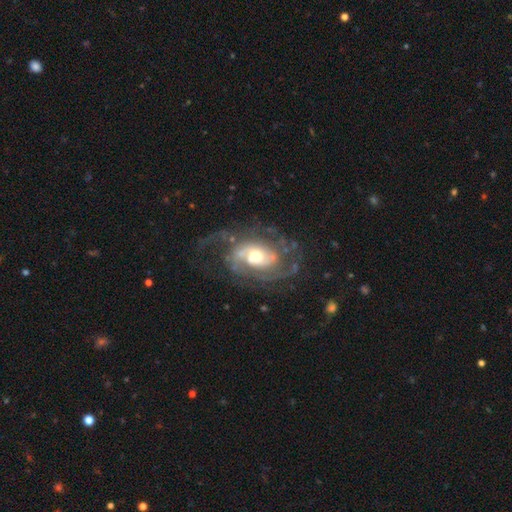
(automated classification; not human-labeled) featured or disk 86%, smooth 8%, star or artifact 6%. Down the decision tree: edge-on disk — no (97%); bar — no (67%); spiral arms — yes (93%); spiral arm count — 2 (41%); spiral winding — tight (42%); bulge size — moderate (65%); merging — none (56%).